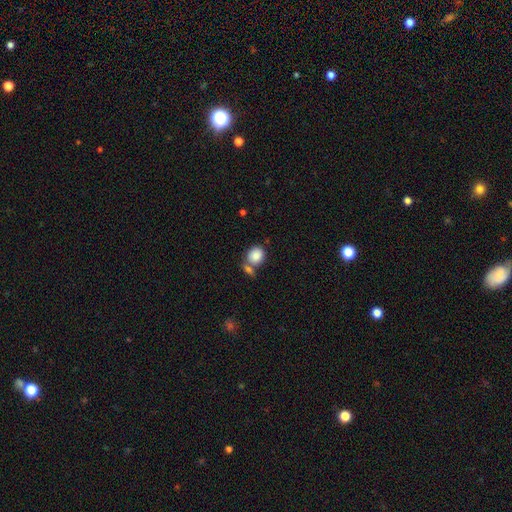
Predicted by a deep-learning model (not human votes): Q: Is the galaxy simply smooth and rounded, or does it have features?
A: smooth — 85%.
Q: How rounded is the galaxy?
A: round — 68%.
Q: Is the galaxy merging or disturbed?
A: none — 53%.